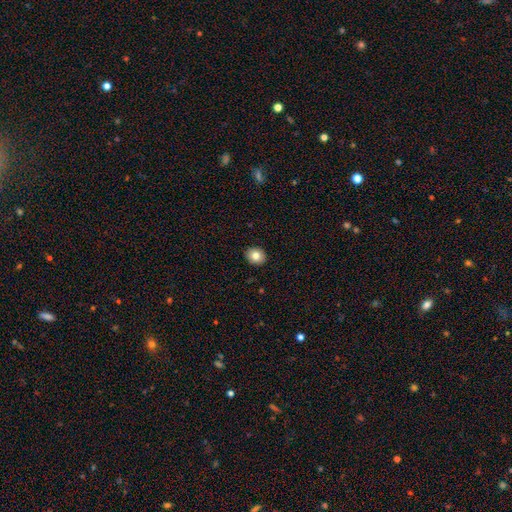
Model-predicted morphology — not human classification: Q: Smooth or featured?
A: smooth (81%); runner-up: featured or disk (10%)
Q: How rounded?
A: round (67%); runner-up: in between (32%)
Q: Merging?
A: none (92%); runner-up: minor disturbance (6%)